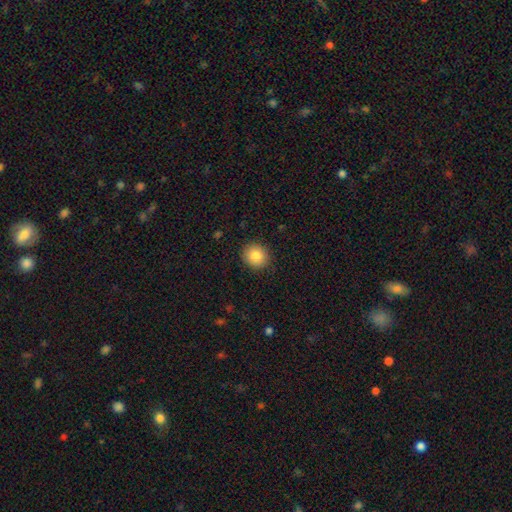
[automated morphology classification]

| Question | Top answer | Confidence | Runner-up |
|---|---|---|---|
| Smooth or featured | smooth | 83% | star or artifact (9%) |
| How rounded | round | 86% | in between (13%) |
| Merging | none | 91% | minor disturbance (6%) |